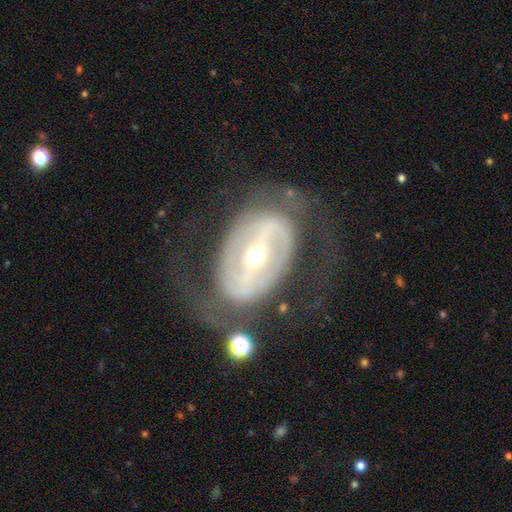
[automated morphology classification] Smooth or featured: featured or disk — 83% (smooth — 11%)
Edge-on disk: no — 94% (yes — 6%)
Bar: strong — 63% (weak — 24%)
Spiral arms: yes — 61% (no — 39%)
Bulge size: small — 53% (moderate — 43%)
Merging: none — 64% (major disturbance — 18%)